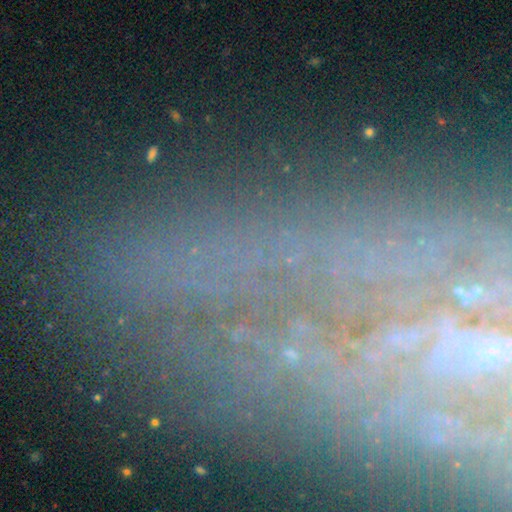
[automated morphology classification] type=star or artifact (51%).